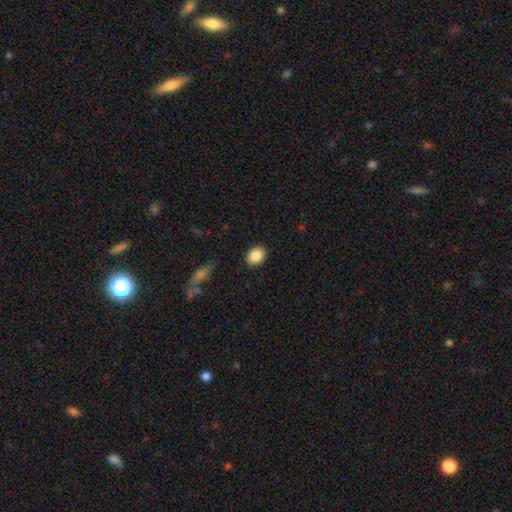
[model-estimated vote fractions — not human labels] Morphology: type=smooth (87%); roundness=in between (54%); merging=none (88%).